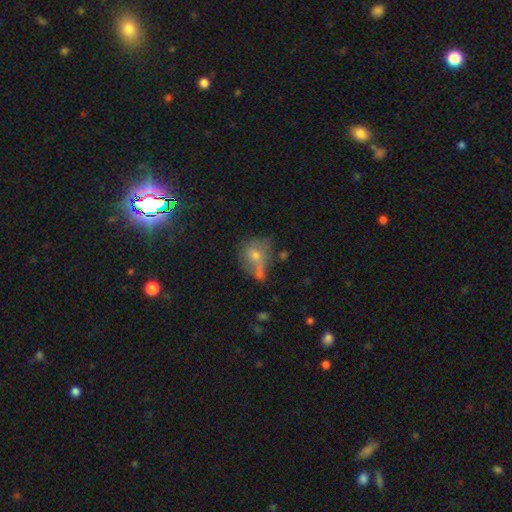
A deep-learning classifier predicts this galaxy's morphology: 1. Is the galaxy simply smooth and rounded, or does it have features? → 50% smooth, 28% featured or disk, 22% star or artifact.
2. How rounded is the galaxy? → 62% round, 36% in between, 2% cigar-shaped.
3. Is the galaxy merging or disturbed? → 37% none, 29% merger, 20% minor disturbance, 14% major disturbance.